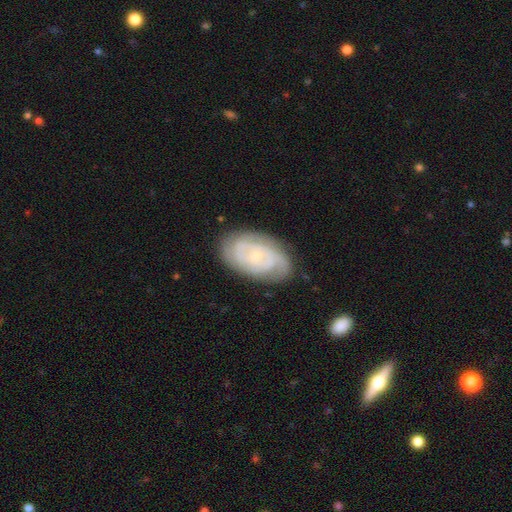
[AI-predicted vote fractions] A featured or disk galaxy (79%) with no bar (68%), 2 (42%) tight (70%) spiral arms (94%) and a small central bulge (76%). Merging: none (78%).